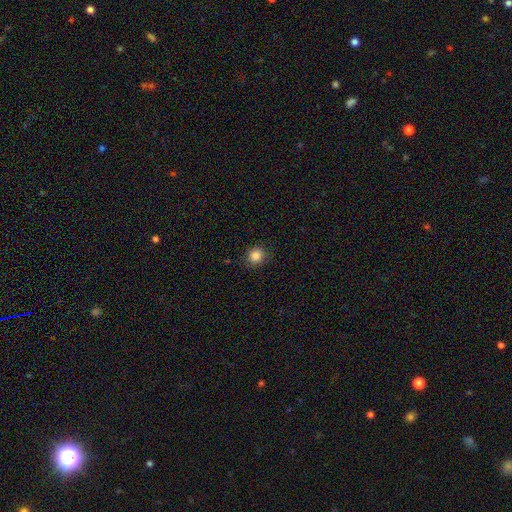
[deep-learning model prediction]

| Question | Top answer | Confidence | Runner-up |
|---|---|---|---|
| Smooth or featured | smooth | 85% | star or artifact (11%) |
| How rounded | round | 86% | in between (13%) |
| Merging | none | 87% | minor disturbance (9%) |